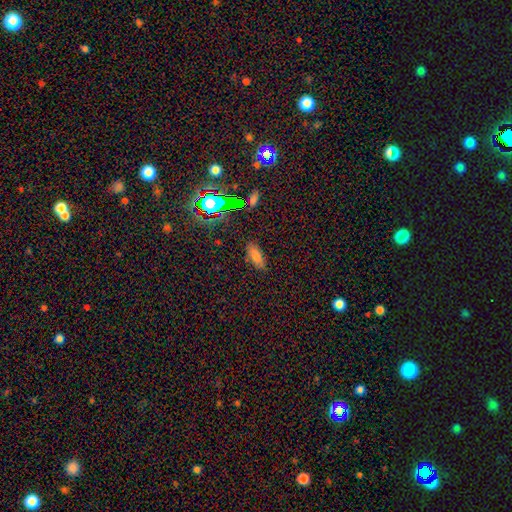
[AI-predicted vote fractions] Smooth or featured? Predicted: smooth (p=0.71). How rounded? Predicted: in between (p=0.77). Merging? Predicted: none (p=0.85).